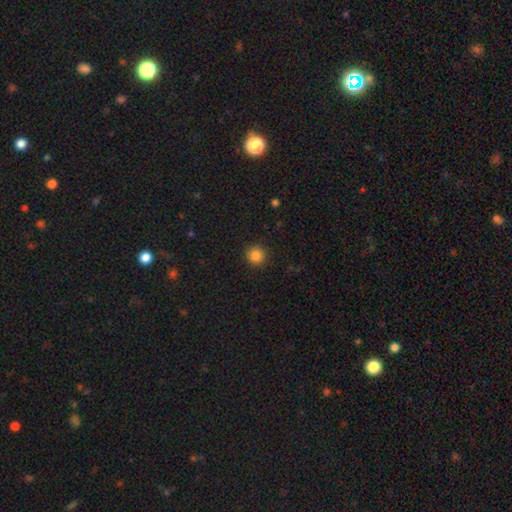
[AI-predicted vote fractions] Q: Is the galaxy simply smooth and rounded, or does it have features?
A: smooth — 84%.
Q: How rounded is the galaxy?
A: round — 95%.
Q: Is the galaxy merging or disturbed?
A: none — 92%.